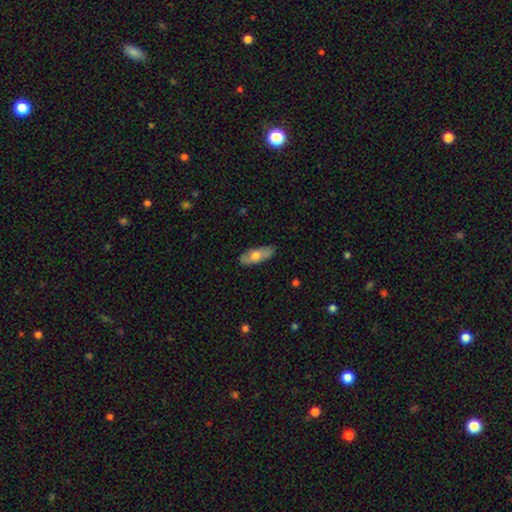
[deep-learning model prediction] smooth 60%, featured or disk 35%, star or artifact 6%. Down the decision tree: how rounded — in between (73%); merging — none (82%).